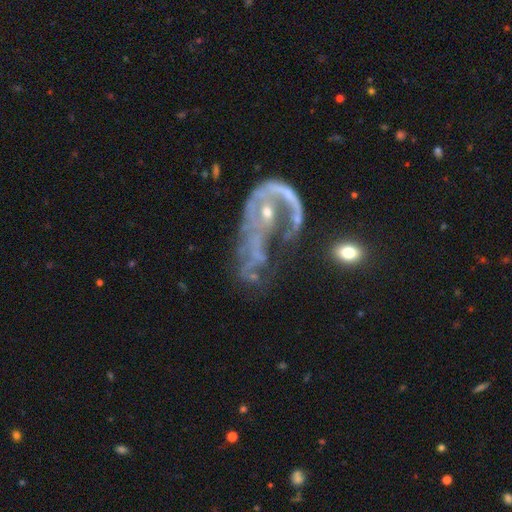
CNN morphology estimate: Q: Smooth or featured?
A: featured or disk (71%); runner-up: smooth (15%)
Q: Edge-on disk?
A: no (96%); runner-up: yes (4%)
Q: Bar?
A: no (71%); runner-up: weak (19%)
Q: Spiral arms?
A: no (51%); runner-up: yes (49%)
Q: Bulge size?
A: small (40%); runner-up: moderate (29%)
Q: Merging?
A: major disturbance (44%); runner-up: none (22%)